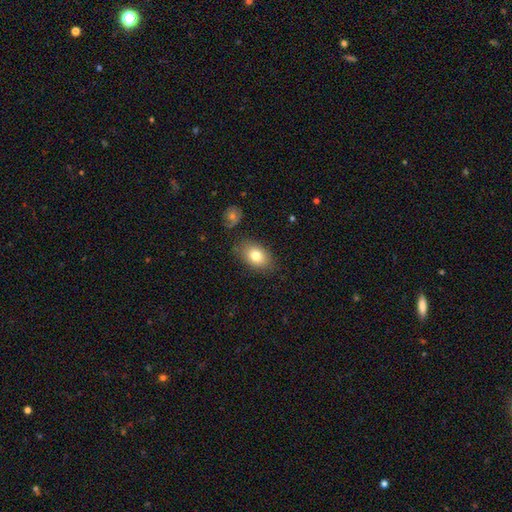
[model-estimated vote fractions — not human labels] Smooth or featured? Predicted: smooth (p=0.78). How rounded? Predicted: in between (p=0.83). Merging? Predicted: none (p=0.79).